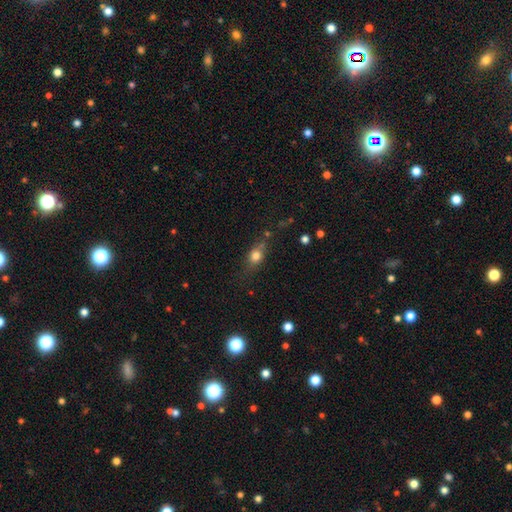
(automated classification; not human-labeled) Overall: smooth (74%). How rounded: in between (54%; round 37%). Merging: none (59%; minor disturbance 23%).